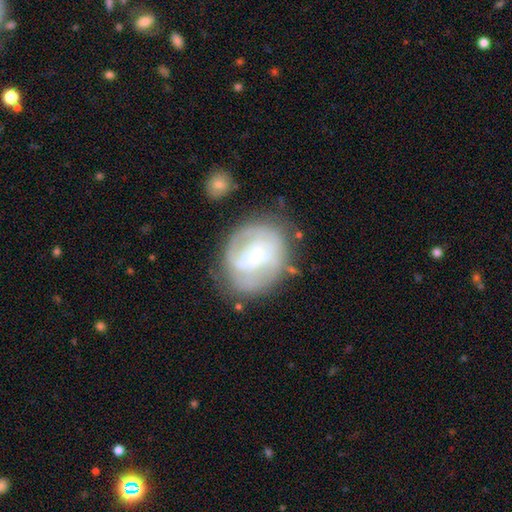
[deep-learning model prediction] Smooth or featured: featured or disk — 72% (smooth — 22%)
Edge-on disk: no — 97% (yes — 3%)
Bar: no — 48% (weak — 39%)
Spiral arms: yes — 72% (no — 28%)
Spiral winding: tight — 56% (medium — 31%)
Spiral arm count: can't tell — 44% (2 — 35%)
Bulge size: small — 72% (moderate — 23%)
Merging: none — 63% (minor disturbance — 20%)